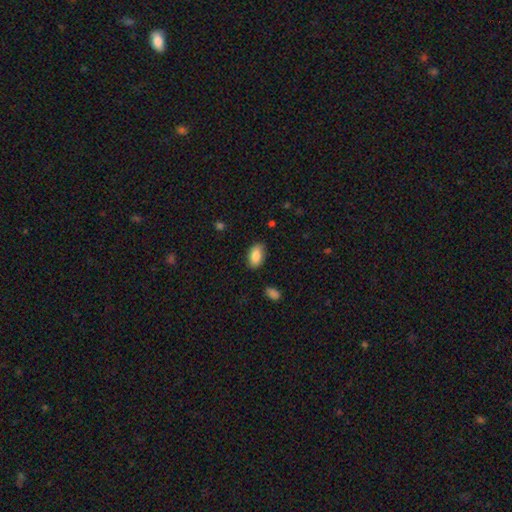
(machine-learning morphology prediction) Smooth or featured?
  - smooth: 85% *
  - featured or disk: 8%
  - star or artifact: 7%
How rounded?
  - in between: 92% *
  - round: 5%
  - cigar-shaped: 2%
Merging?
  - none: 80% *
  - minor disturbance: 16%
  - major disturbance: 3%
  - merger: 2%